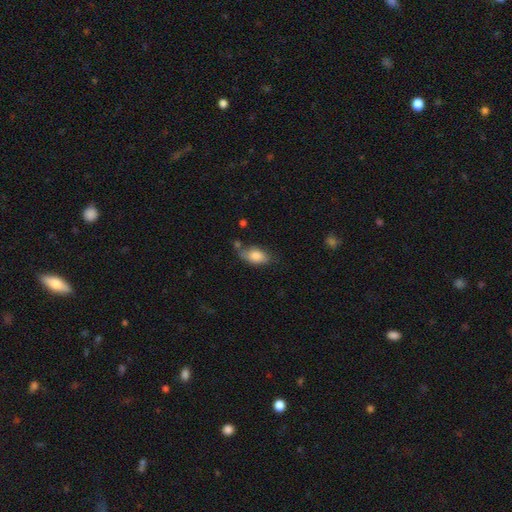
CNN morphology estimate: Smooth or featured: smooth — 81% (featured or disk — 12%)
How rounded: in between — 90% (round — 6%)
Merging: none — 57% (minor disturbance — 26%)